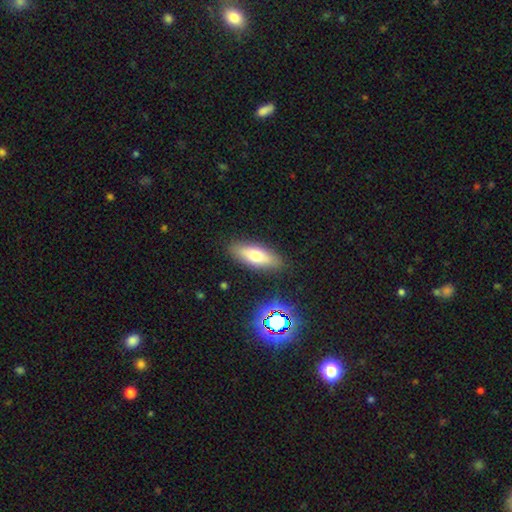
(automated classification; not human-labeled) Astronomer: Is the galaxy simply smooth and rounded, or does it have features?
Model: smooth — 64%.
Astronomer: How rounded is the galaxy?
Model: in between — 67%.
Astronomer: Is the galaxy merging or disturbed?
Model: none — 86%.